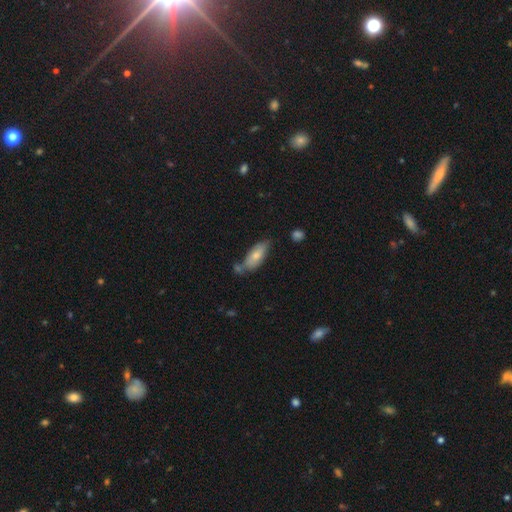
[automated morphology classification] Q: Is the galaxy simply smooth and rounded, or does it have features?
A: smooth — 71%.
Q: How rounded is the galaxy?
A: in between — 78%.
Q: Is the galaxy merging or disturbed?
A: none — 56%.